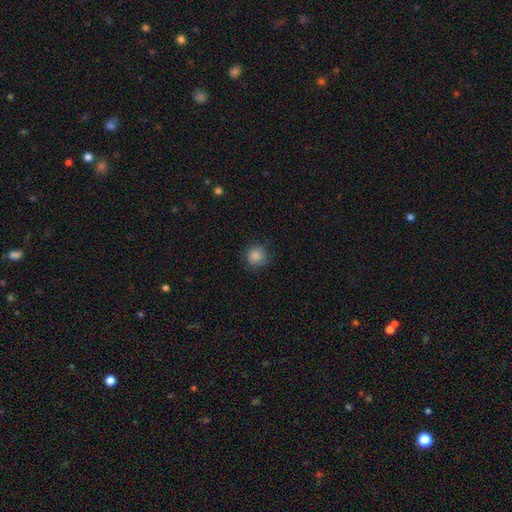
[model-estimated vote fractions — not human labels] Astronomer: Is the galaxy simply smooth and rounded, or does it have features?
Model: smooth — 86%.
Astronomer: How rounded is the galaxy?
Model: round — 90%.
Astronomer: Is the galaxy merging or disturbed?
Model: none — 80%.